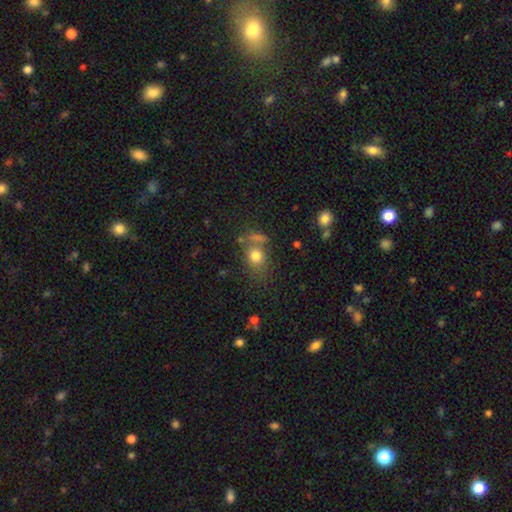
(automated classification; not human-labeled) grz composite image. It shows a smooth galaxy with no disk features (76%) that is round (50%). Merging: none (56%).